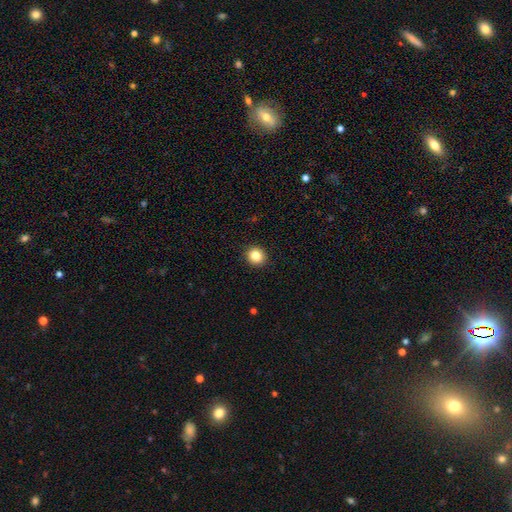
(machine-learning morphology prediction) smooth_or_featured: smooth (p=0.84) [alt: star or artifact p=0.10]
how_rounded: round (p=0.87) [alt: in between p=0.12]
merging: none (p=0.92) [alt: minor disturbance p=0.05]